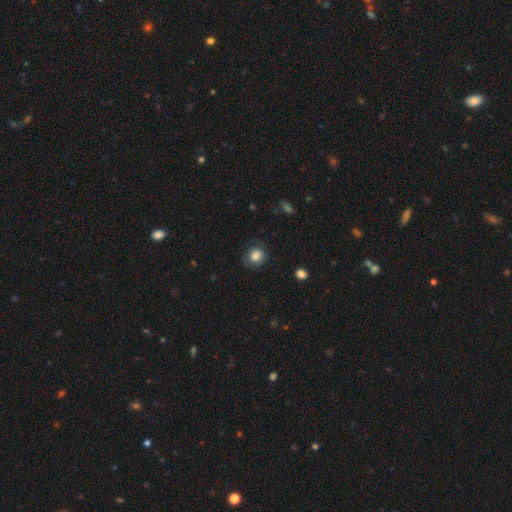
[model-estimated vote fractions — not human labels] Smooth or featured? Predicted: smooth (p=0.84). How rounded? Predicted: round (p=0.77). Merging? Predicted: none (p=0.76).